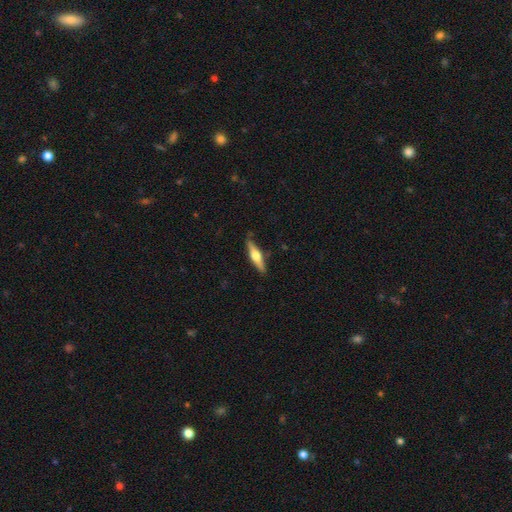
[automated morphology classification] smooth-or-featured: featured or disk: 59% | smooth: 36% | star or artifact: 5%
  disk-edge-on: yes: 96% | no: 4%
    edge-on-bulge: rounded: 92% | boxy: 6% | none: 3%
  merging: none: 85% | minor disturbance: 12% | major disturbance: 2% | merger: 1%